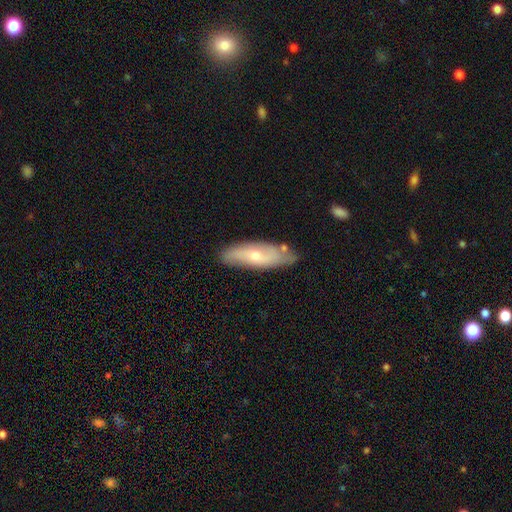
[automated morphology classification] Smooth or featured?
  - featured or disk: 54% *
  - smooth: 33%
  - star or artifact: 13%
Edge-on disk?
  - no: 63% *
  - yes: 37%
Merging?
  - none: 81% *
  - minor disturbance: 15%
  - major disturbance: 3%
  - merger: 1%